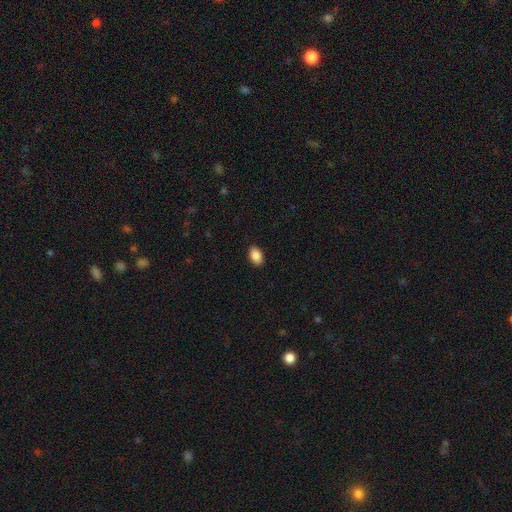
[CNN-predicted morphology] smooth 89%, star or artifact 7%, featured or disk 4%. Down the decision tree: how rounded — in between (90%); merging — none (89%).